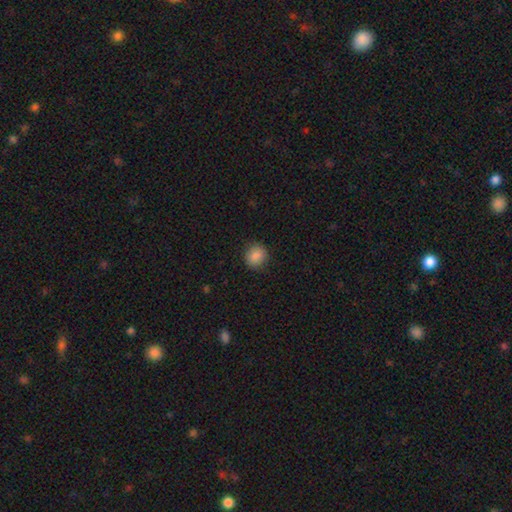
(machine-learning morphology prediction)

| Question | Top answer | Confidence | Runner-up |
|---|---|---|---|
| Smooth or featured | smooth | 87% | star or artifact (9%) |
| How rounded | round | 82% | in between (17%) |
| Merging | none | 88% | minor disturbance (9%) |